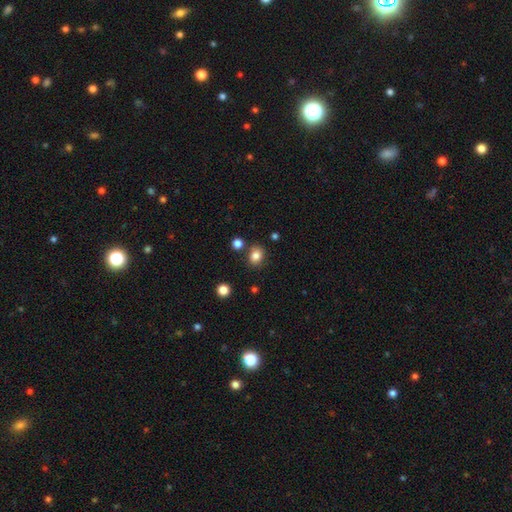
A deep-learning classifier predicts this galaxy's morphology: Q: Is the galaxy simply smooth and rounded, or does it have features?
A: smooth — 82%.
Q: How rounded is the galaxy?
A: round — 59%.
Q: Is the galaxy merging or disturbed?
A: none — 79%.